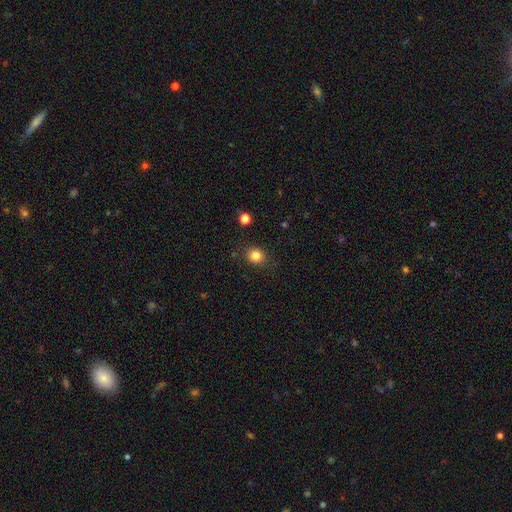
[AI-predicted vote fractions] This is clearly a smooth galaxy (83%). How rounded: likely round (68%). Merging: clearly none (83%).